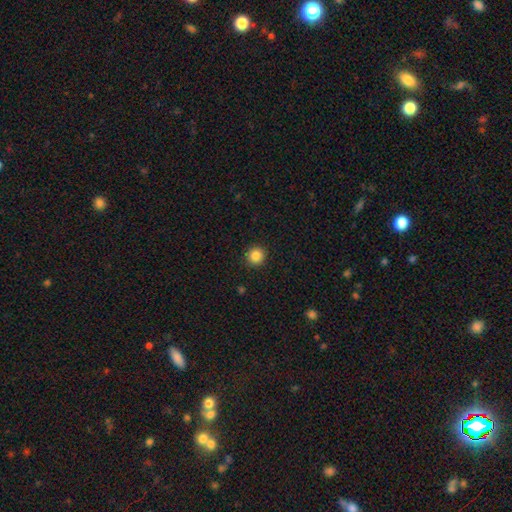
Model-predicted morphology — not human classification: The model was most divided on "smooth or featured": smooth: 85%, star or artifact: 10%, featured or disk: 5%. More confident: how rounded — round (94%); merging — none (92%).